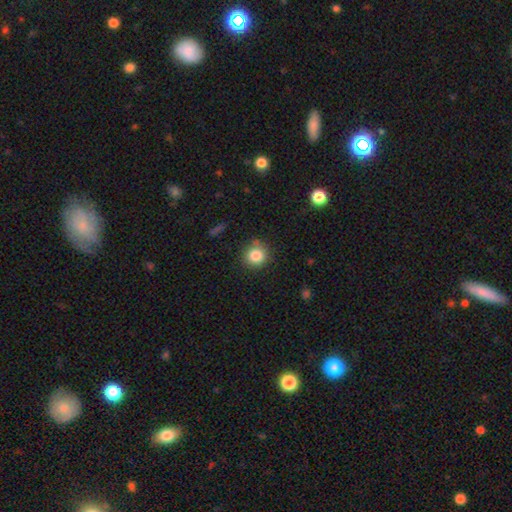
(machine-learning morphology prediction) A smooth galaxy with no disk features (84%) that is round (90%).

Vote fractions:
- Smooth or featured? smooth: 84% / star or artifact: 10% / featured or disk: 6%
- How rounded? round: 90% / in between: 9% / cigar-shaped: 1%
- Merging? none: 81% / minor disturbance: 13% / major disturbance: 3% / merger: 3%